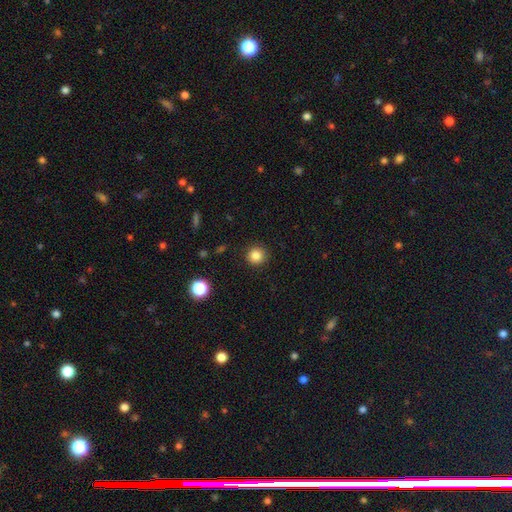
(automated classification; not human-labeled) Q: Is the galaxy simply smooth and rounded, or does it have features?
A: smooth — 84%.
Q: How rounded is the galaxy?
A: round — 94%.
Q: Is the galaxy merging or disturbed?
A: none — 92%.